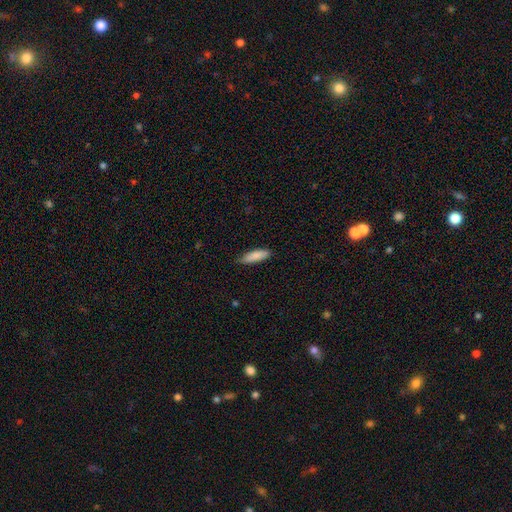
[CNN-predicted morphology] Smooth or featured? smooth (86%)
How rounded? cigar-shaped (53%)
Merging? none (80%)